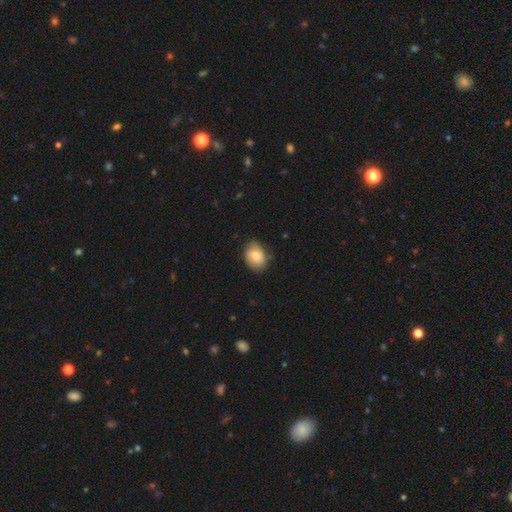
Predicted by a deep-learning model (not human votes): Smooth or featured: smooth — 76% (featured or disk — 17%)
How rounded: in between — 73% (round — 26%)
Merging: none — 79% (minor disturbance — 17%)